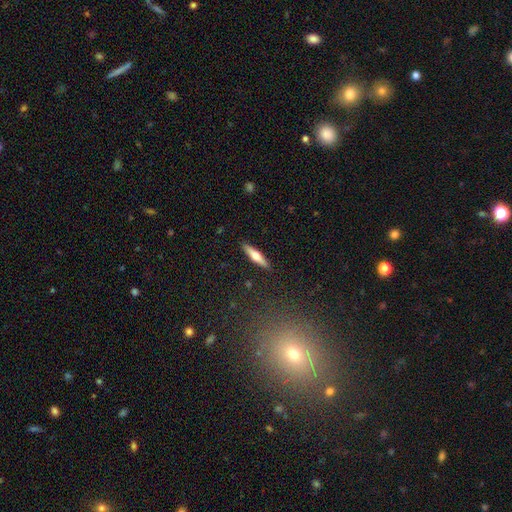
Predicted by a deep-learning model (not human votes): Overall: featured or disk (47%, tied with smooth). Merging: none (90%).